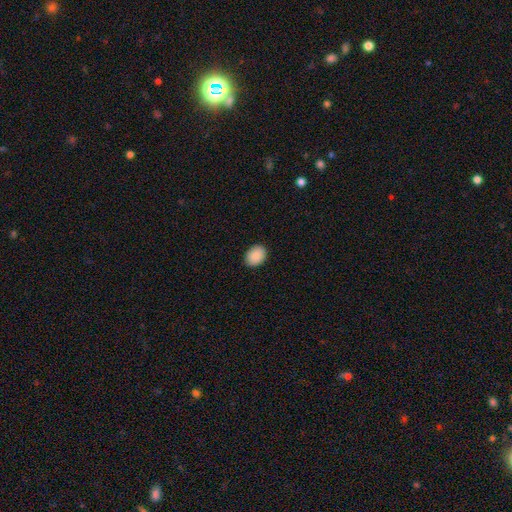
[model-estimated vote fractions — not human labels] Q: Smooth or featured?
A: smooth (90%); runner-up: star or artifact (7%)
Q: How rounded?
A: in between (62%); runner-up: round (37%)
Q: Merging?
A: none (90%); runner-up: minor disturbance (7%)